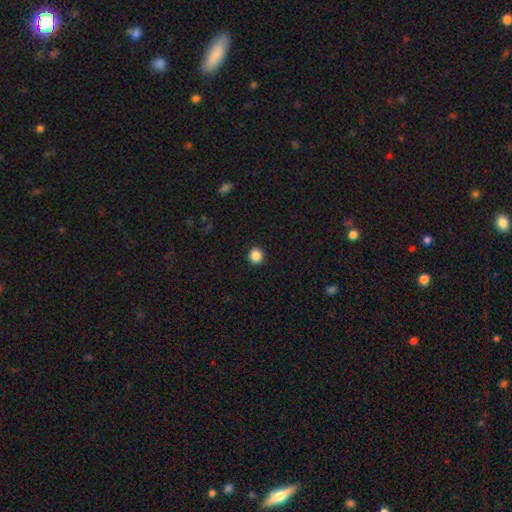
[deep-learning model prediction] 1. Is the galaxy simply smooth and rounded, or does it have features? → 87% smooth, 10% star or artifact, 3% featured or disk.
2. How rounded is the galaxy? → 92% round, 7% in between, 1% cigar-shaped.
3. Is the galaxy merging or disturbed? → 93% none, 4% minor disturbance, 2% major disturbance, 1% merger.